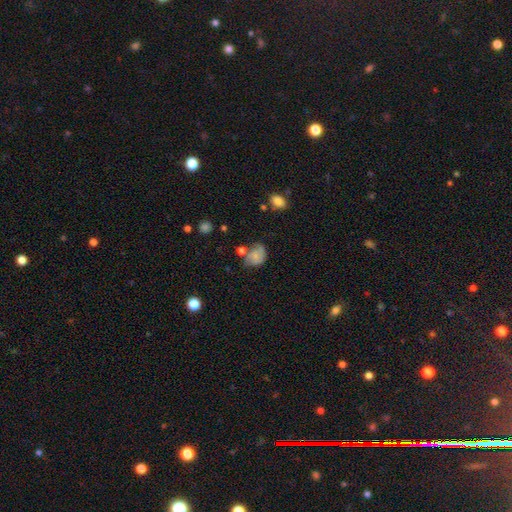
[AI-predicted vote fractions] smooth-or-featured: smooth: 56% | featured or disk: 34% | star or artifact: 10%
  how-rounded: round: 52% | in between: 47% | cigar-shaped: 1%
  merging: none: 37% | minor disturbance: 29% | major disturbance: 17% | merger: 17%